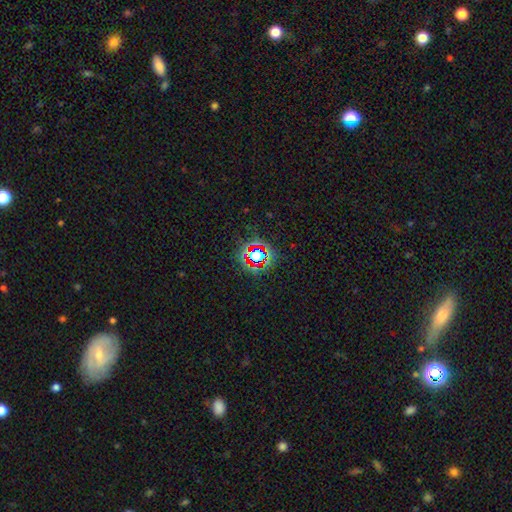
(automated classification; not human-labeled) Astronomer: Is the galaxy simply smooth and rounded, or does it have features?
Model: star or artifact — 68%.